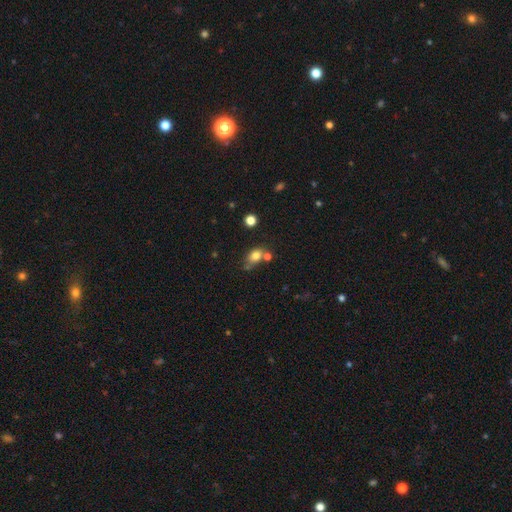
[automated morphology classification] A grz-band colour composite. It shows a smooth galaxy with no disk features (78%) that is in between round and cigar-shaped (63%). Merging: none (55%).